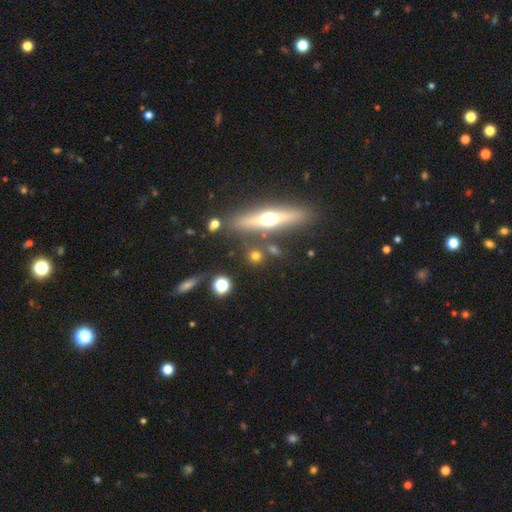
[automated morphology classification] A smooth galaxy with no disk features (58%) that is round (70%). Merging: none (77%).